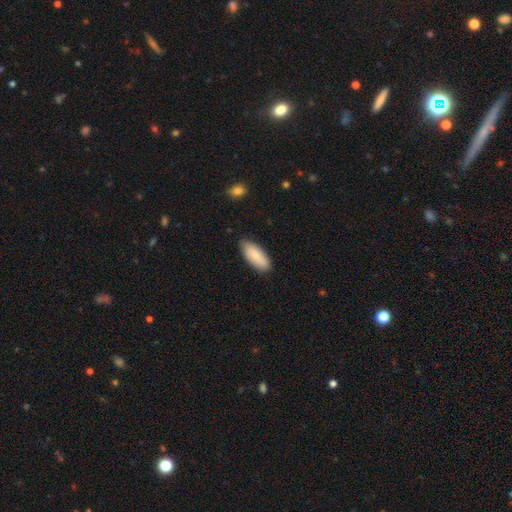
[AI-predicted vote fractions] Smooth or featured? Predicted: smooth (p=0.76). How rounded? Predicted: in between (p=0.85). Merging? Predicted: none (p=0.80).